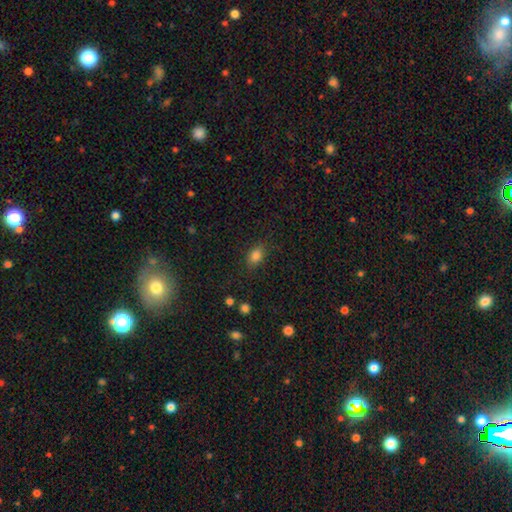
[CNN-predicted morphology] A smooth galaxy with no disk features (82%) that is in between round and cigar-shaped (75%).

Vote fractions:
- Smooth or featured? smooth: 82% / star or artifact: 11% / featured or disk: 7%
- How rounded? in between: 75% / round: 23% / cigar-shaped: 2%
- Merging? none: 81% / minor disturbance: 14% / major disturbance: 4% / merger: 1%